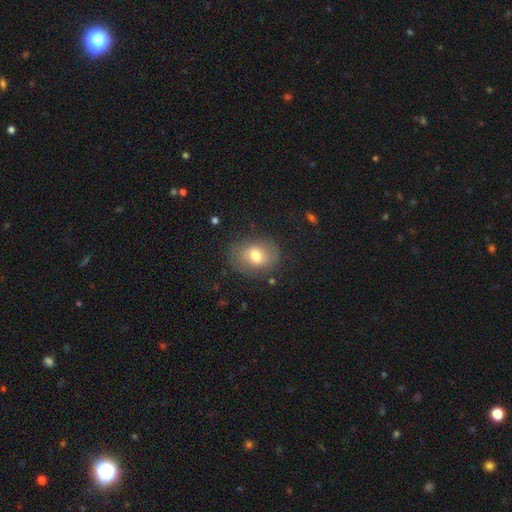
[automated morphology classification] The model was most divided on "how rounded": in between: 60%, round: 39%, cigar-shaped: 1%. More confident: merging — none (74%); smooth or featured — smooth (68%).